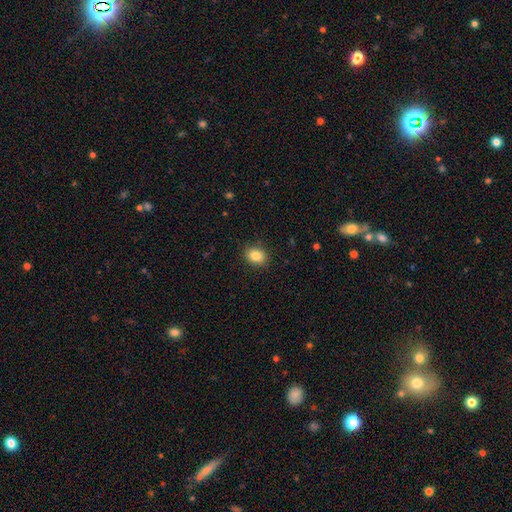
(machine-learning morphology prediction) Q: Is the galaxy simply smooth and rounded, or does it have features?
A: smooth — 85%.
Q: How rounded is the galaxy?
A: in between — 57%.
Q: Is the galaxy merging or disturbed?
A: none — 88%.